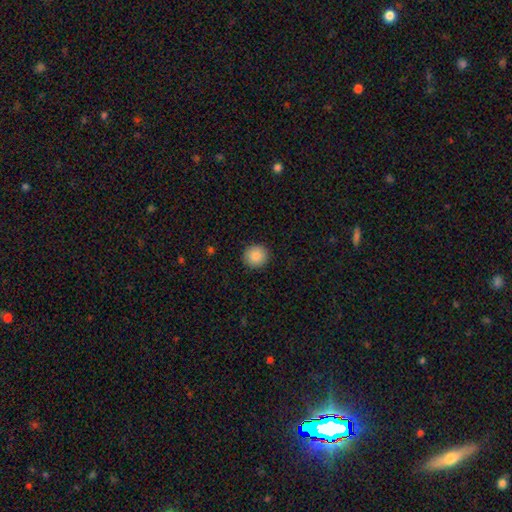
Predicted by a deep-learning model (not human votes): The model was most divided on "smooth or featured": smooth: 88%, star or artifact: 8%, featured or disk: 4%. More confident: merging — none (92%); how rounded — round (91%).